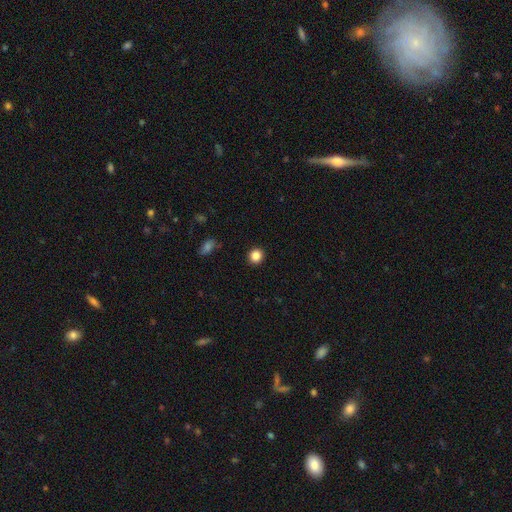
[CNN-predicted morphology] This is clearly a smooth galaxy (86%). How rounded: clearly round (89%). Merging: clearly none (91%).